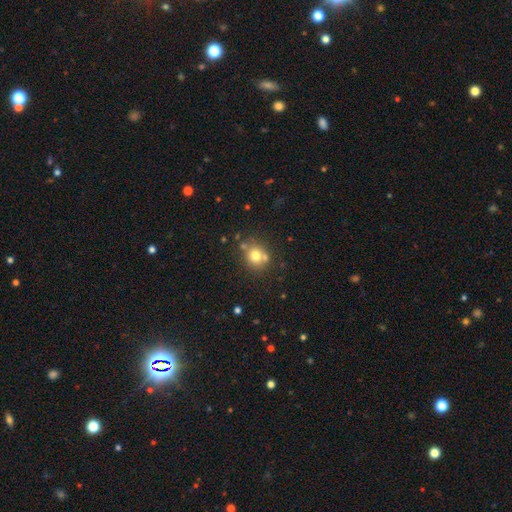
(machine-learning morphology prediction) Q: Smooth or featured?
A: smooth (72%); runner-up: featured or disk (14%)
Q: How rounded?
A: round (81%); runner-up: in between (18%)
Q: Merging?
A: none (66%); runner-up: merger (17%)